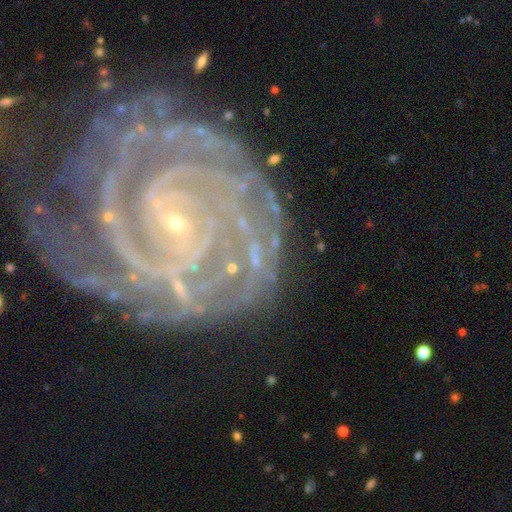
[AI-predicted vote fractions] A featured or disk galaxy (85%) with no bar (41%), tight (76%) spiral arms (97%) and a small central bulge (79%). Merging: none (66%).